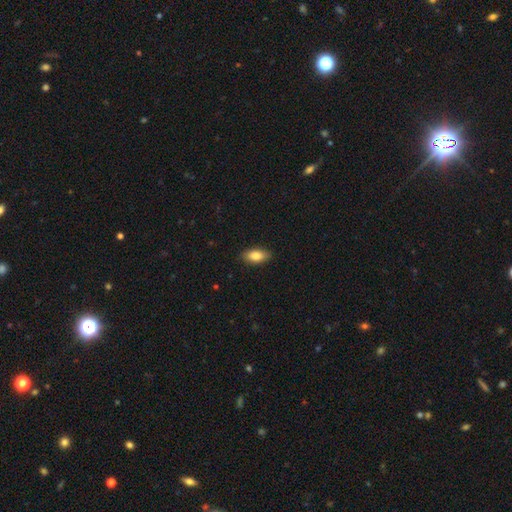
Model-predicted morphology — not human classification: smooth 85%, featured or disk 8%, star or artifact 7%. Down the decision tree: how rounded — in between (89%); merging — none (87%).